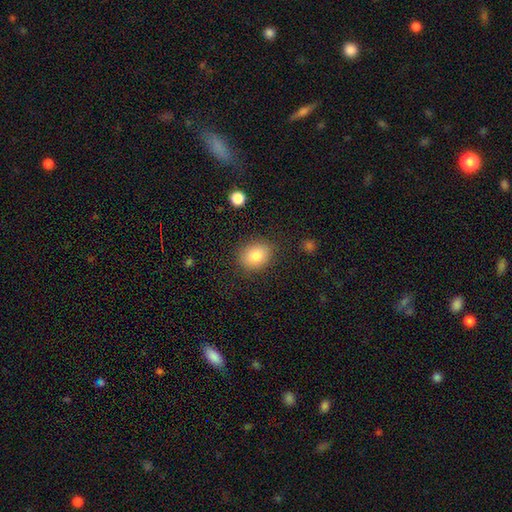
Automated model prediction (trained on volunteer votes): This is clearly a smooth galaxy (84%). How rounded: possibly in between (51%). Merging: clearly none (84%).